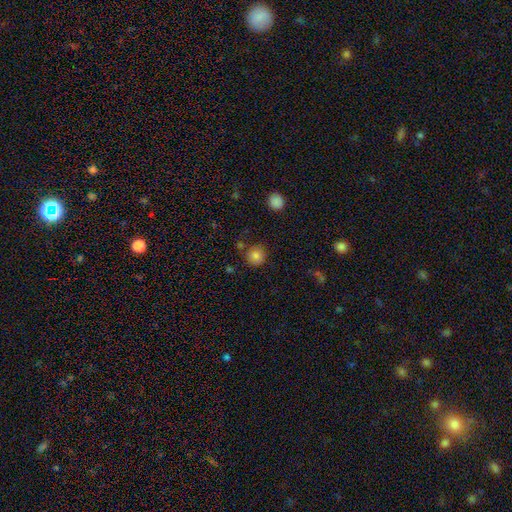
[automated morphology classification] Q: Smooth or featured?
A: smooth (82%); runner-up: star or artifact (11%)
Q: How rounded?
A: round (91%); runner-up: in between (8%)
Q: Merging?
A: none (81%); runner-up: minor disturbance (11%)